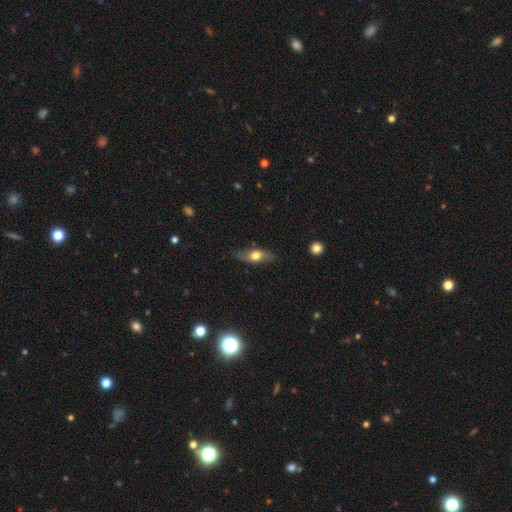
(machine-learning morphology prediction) A smooth galaxy with no disk features (58%) that is in between round and cigar-shaped (64%).

Vote fractions:
- Smooth or featured? smooth: 58% / featured or disk: 35% / star or artifact: 7%
- How rounded? in between: 64% / cigar-shaped: 31% / round: 5%
- Merging? none: 79% / minor disturbance: 17% / major disturbance: 3% / merger: 1%